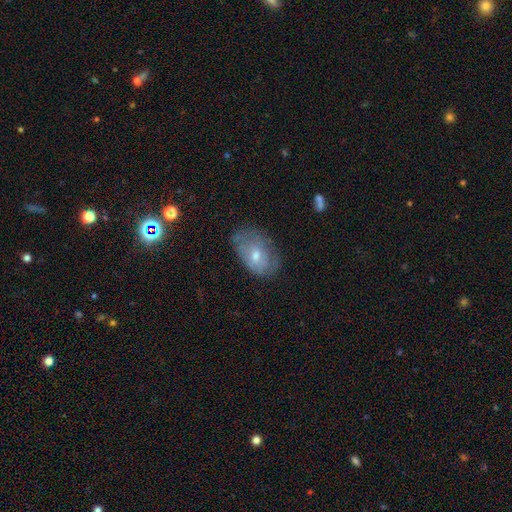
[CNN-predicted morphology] Smooth or featured? Predicted: smooth (p=0.47). Merging? Predicted: none (p=0.58).